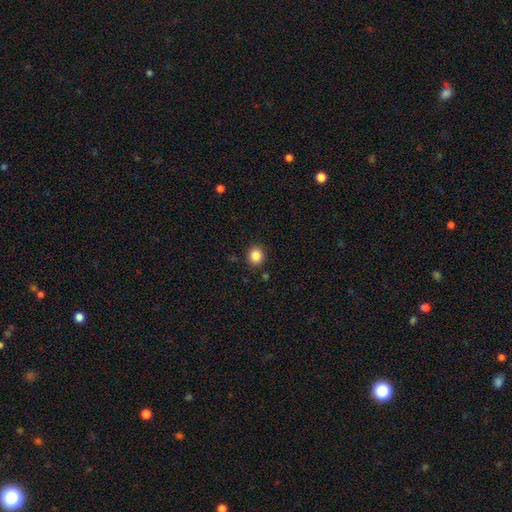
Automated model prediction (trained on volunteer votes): This is clearly a smooth galaxy (86%). How rounded: clearly round (82%). Merging: clearly none (89%).